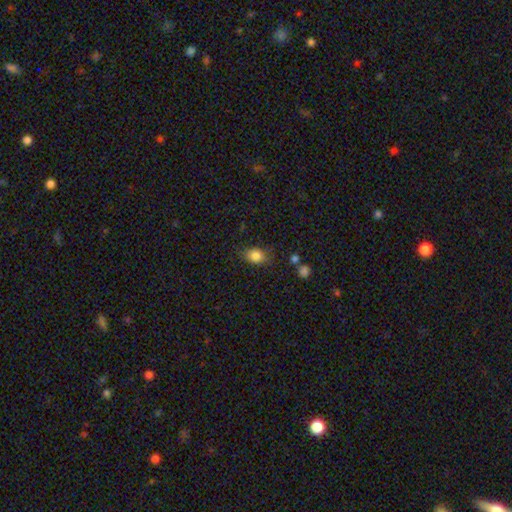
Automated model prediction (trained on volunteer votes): smooth 85%, star or artifact 10%, featured or disk 6%. Down the decision tree: how rounded — in between (62%); merging — none (77%).